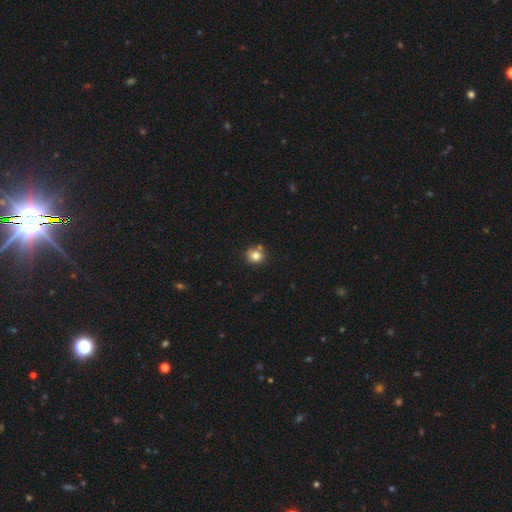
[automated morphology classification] This is clearly a smooth galaxy (81%). How rounded: clearly round (83%). Merging: likely none (70%).